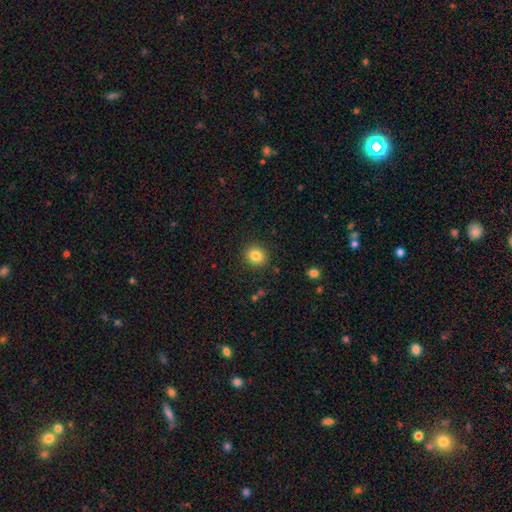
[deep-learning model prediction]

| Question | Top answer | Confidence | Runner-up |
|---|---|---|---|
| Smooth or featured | smooth | 83% | star or artifact (10%) |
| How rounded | round | 81% | in between (18%) |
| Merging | none | 89% | minor disturbance (8%) |